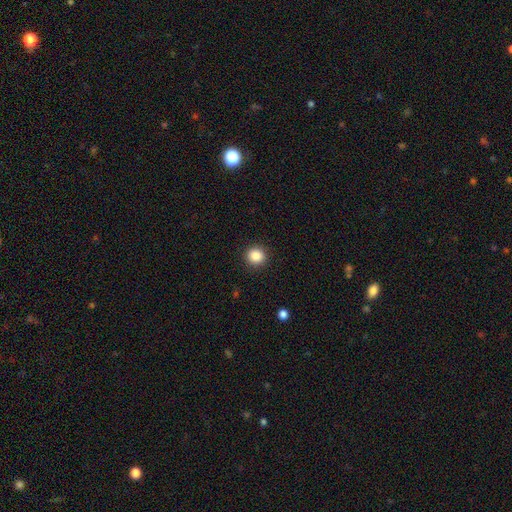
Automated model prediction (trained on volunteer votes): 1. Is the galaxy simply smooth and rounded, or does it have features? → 87% smooth, 10% star or artifact, 3% featured or disk.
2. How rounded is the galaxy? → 92% round, 7% in between, 1% cigar-shaped.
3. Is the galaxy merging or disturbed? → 92% none, 5% minor disturbance, 2% major disturbance, 1% merger.